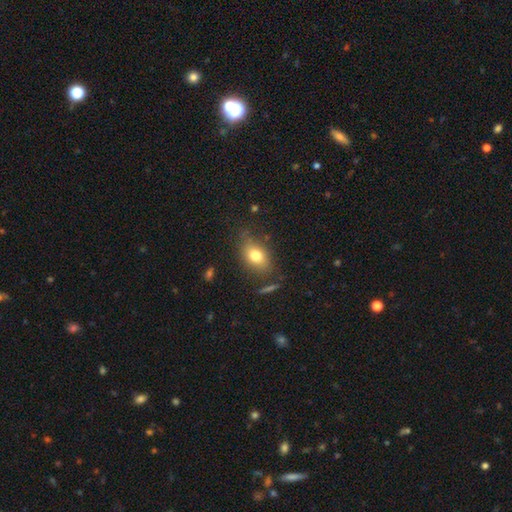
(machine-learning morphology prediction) smooth 76%, featured or disk 14%, star or artifact 10%. Down the decision tree: how rounded — in between (77%); merging — none (73%).